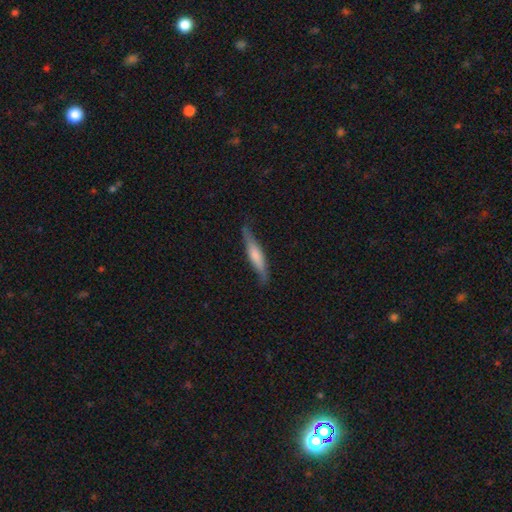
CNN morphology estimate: A smooth galaxy with no disk features (56%) that is cigar-shaped (87%). Merging: none (77%).